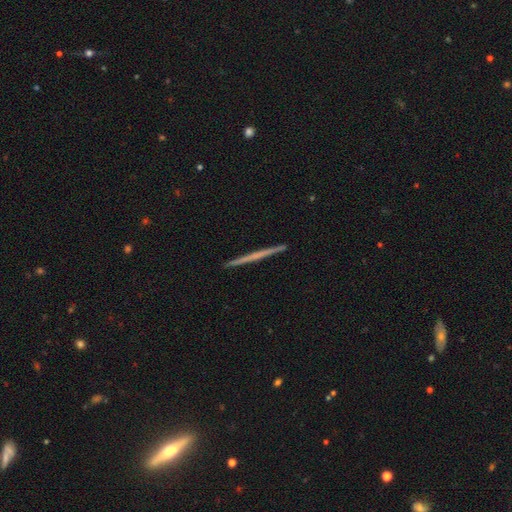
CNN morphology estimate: Overall: featured or disk (59%; smooth 35%). Edge-on disk: yes (98%). Edge-on bulge: none (86%). Merging: none (93%).